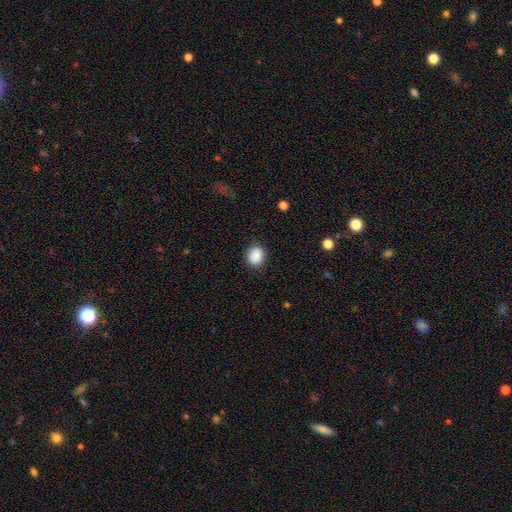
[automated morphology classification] This is clearly a smooth galaxy (88%). How rounded: likely round (61%). Merging: clearly none (84%).